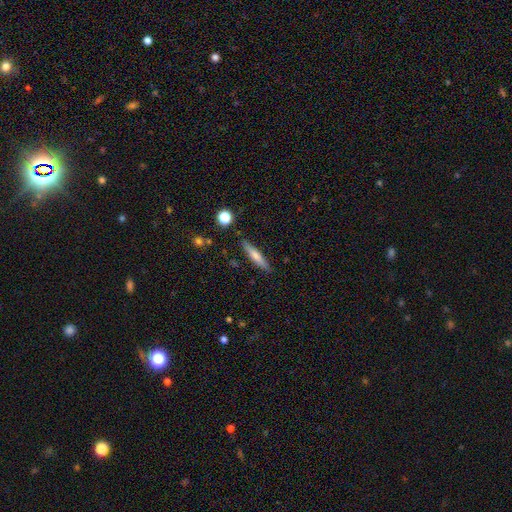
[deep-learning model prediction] Smooth or featured? smooth (61%)
How rounded? cigar-shaped (90%)
Merging? none (88%)